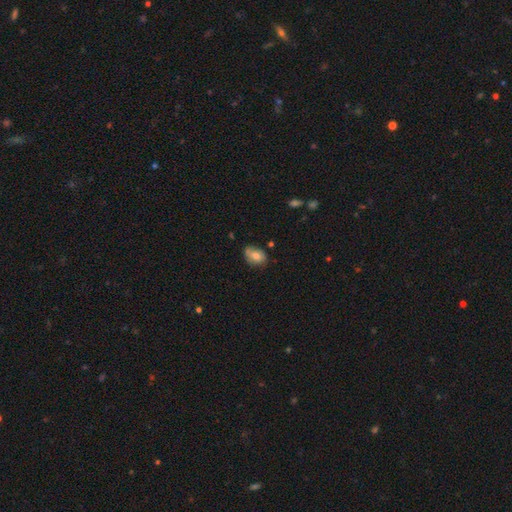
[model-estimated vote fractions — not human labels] Smooth or featured?
  - smooth: 72% *
  - featured or disk: 19%
  - star or artifact: 9%
How rounded?
  - in between: 71% *
  - round: 28%
  - cigar-shaped: 1%
Merging?
  - none: 59% *
  - minor disturbance: 30%
  - major disturbance: 6%
  - merger: 5%